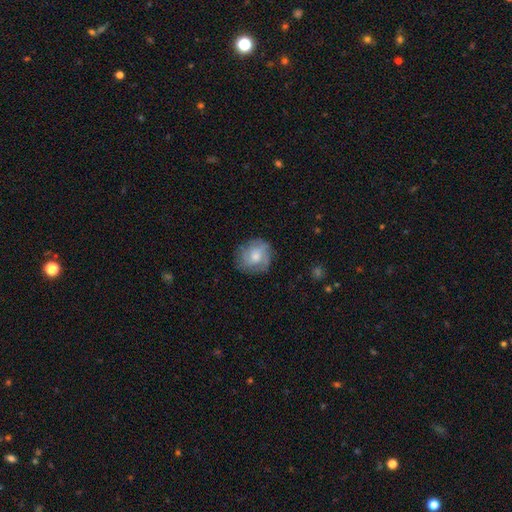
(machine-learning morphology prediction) smooth-or-featured: smooth: 48% | featured or disk: 44% | star or artifact: 8%
  merging: none: 75% | minor disturbance: 17% | major disturbance: 7% | merger: 1%